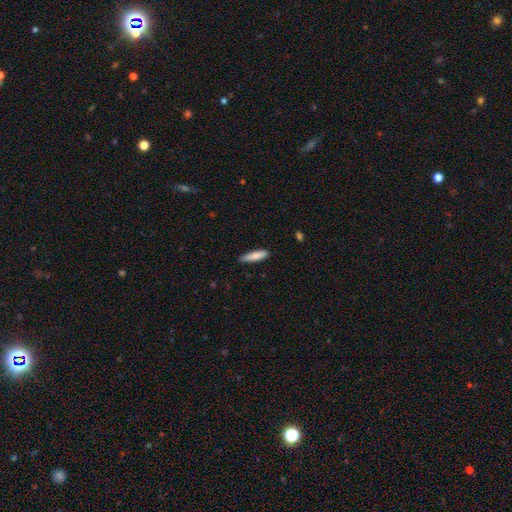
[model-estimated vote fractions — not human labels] smooth 83%, featured or disk 12%, star or artifact 6%. Down the decision tree: how rounded — cigar-shaped (74%); merging — none (80%).